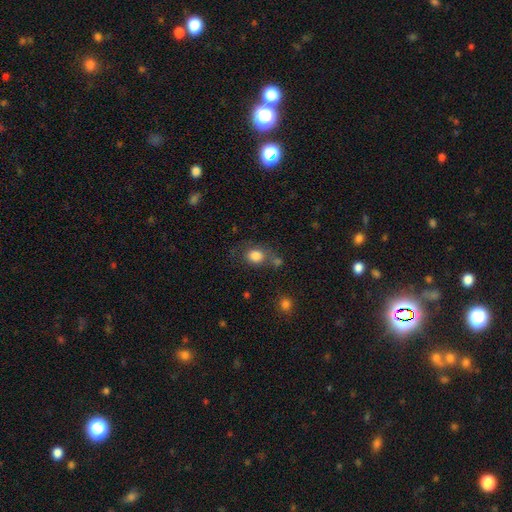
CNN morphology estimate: smooth-or-featured: smooth: 82% | star or artifact: 10% | featured or disk: 8%
  how-rounded: round: 62% | in between: 37% | cigar-shaped: 1%
  merging: none: 58% | minor disturbance: 19% | merger: 15% | major disturbance: 9%